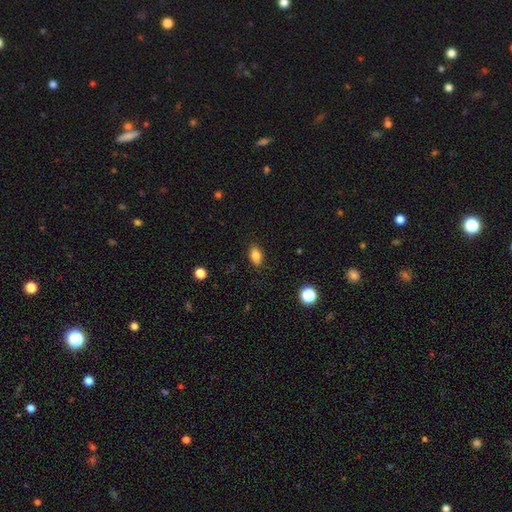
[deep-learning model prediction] This appears to be a smooth galaxy with no disk features (83%) that is in between round and cigar-shaped (86%). Merging: none (88%).